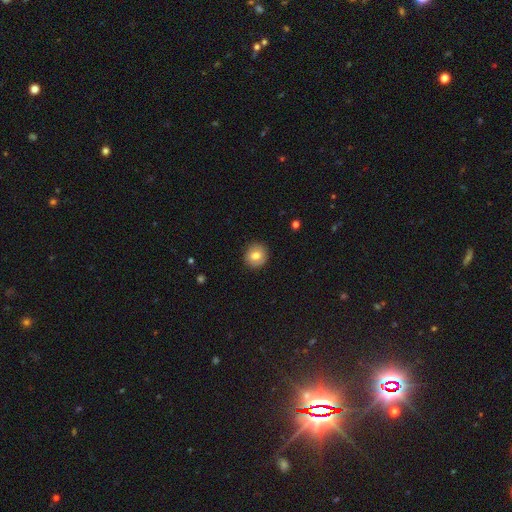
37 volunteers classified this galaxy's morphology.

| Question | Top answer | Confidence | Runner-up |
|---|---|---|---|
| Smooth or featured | smooth | 89% | featured or disk (8%) |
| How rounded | round | 82% | in between (15%) |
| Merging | none | 92% | minor disturbance (6%) |